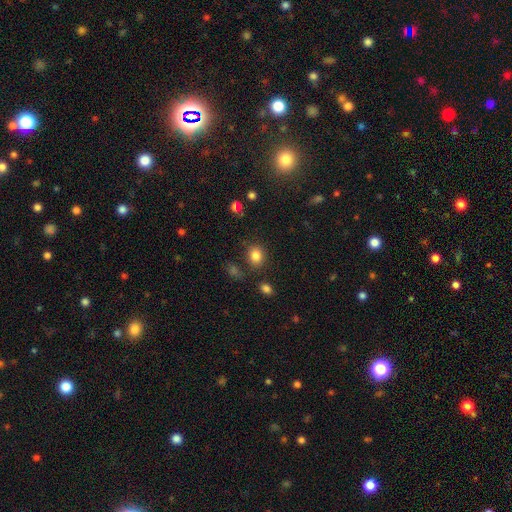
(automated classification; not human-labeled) Smooth or featured? smooth (83%)
How rounded? round (54%)
Merging? none (78%)